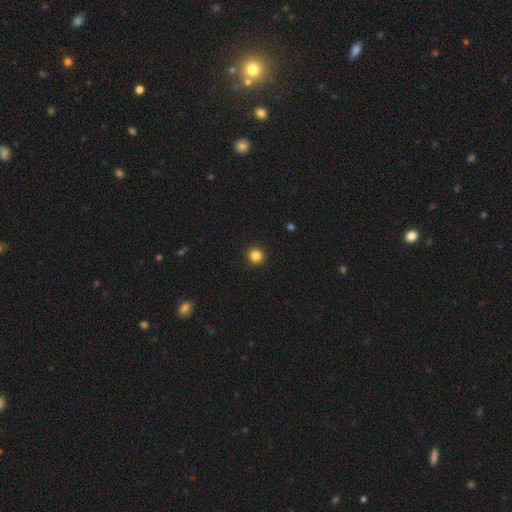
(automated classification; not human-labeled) Q: Smooth or featured?
A: smooth (85%); runner-up: star or artifact (11%)
Q: How rounded?
A: round (95%); runner-up: in between (5%)
Q: Merging?
A: none (93%); runner-up: minor disturbance (4%)